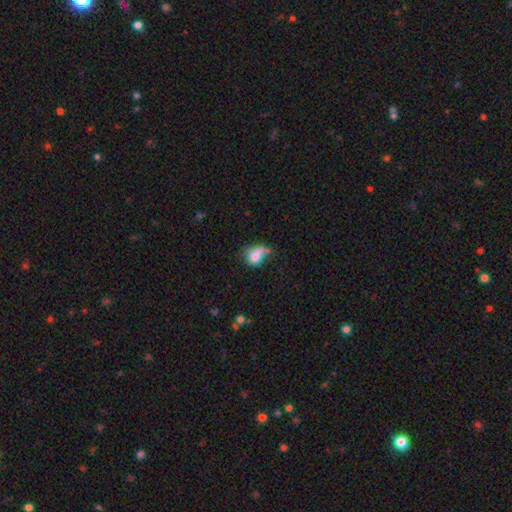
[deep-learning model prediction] smooth-or-featured: smooth: 70% | featured or disk: 19% | star or artifact: 10%
  how-rounded: in between: 50% | round: 49% | cigar-shaped: 2%
  merging: merger: 37% | none: 24% | major disturbance: 21% | minor disturbance: 18%